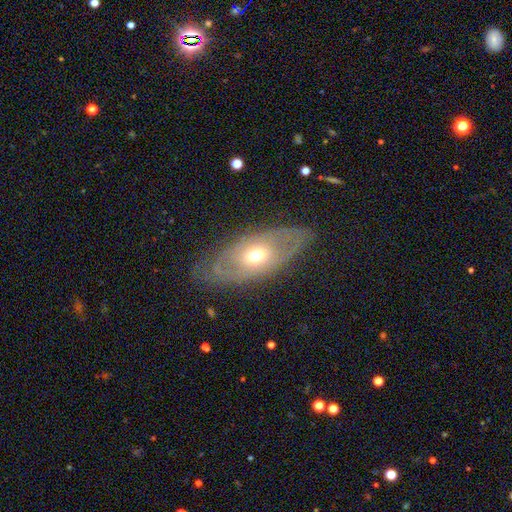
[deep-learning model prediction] Morphology: type=featured or disk (59%); edge-on=no (81%); merging=none (74%).